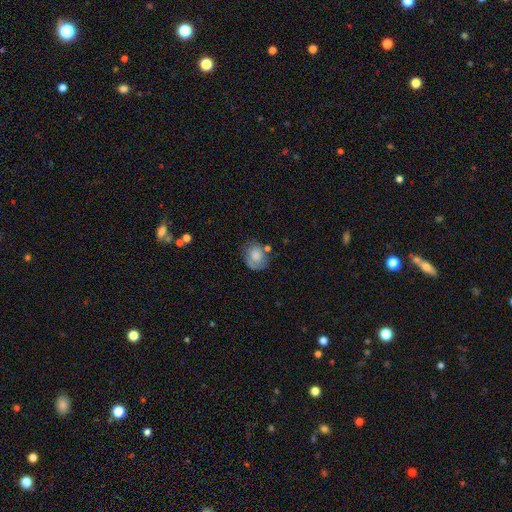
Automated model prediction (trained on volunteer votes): The model was most divided on "how rounded": round: 56%, in between: 43%, cigar-shaped: 1%. More confident: smooth or featured — smooth (65%); merging — none (55%).